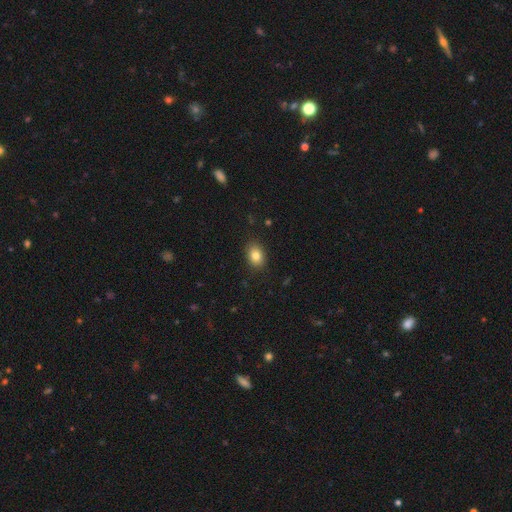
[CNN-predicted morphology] Overall: smooth (83%). How rounded: in between (72%). Merging: none (87%).